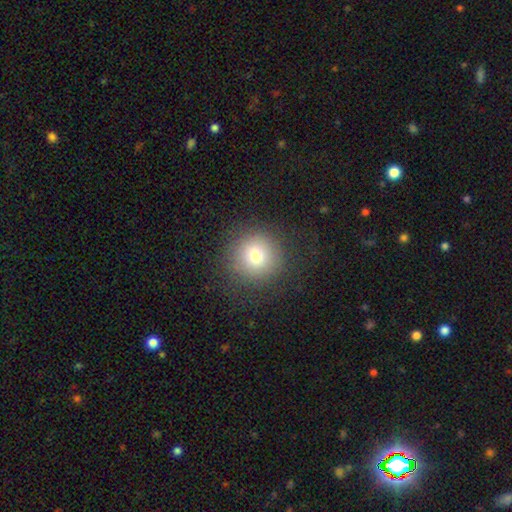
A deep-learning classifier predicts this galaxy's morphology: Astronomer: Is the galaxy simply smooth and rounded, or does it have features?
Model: smooth — 74%.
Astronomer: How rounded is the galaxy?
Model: round — 95%.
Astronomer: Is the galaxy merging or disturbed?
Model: none — 86%.